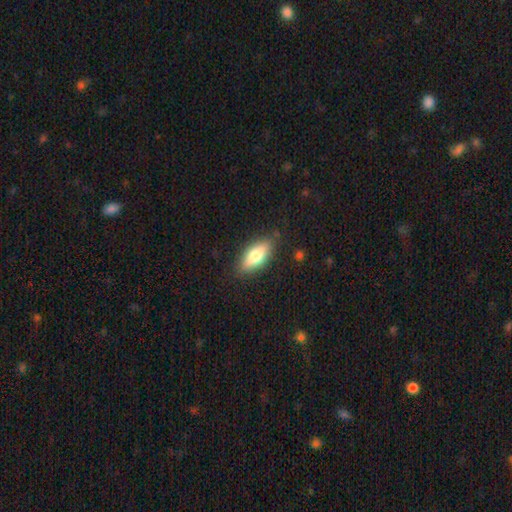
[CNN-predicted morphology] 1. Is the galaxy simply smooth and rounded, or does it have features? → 68% smooth, 26% featured or disk, 7% star or artifact.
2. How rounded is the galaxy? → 75% in between, 22% cigar-shaped, 3% round.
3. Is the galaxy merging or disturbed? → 83% none, 12% minor disturbance, 3% major disturbance, 1% merger.